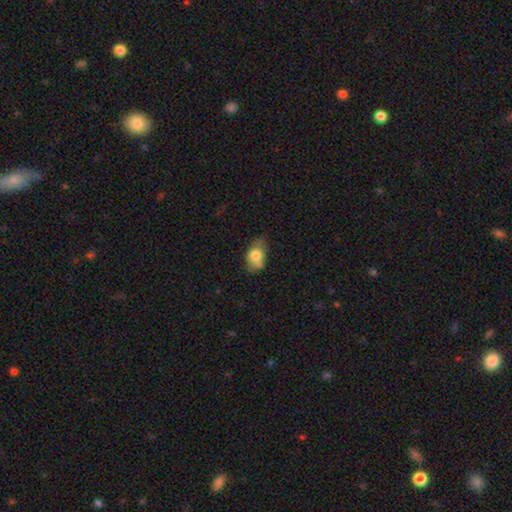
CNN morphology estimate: Smooth or featured: smooth — 71% (featured or disk — 21%)
How rounded: in between — 84% (round — 14%)
Merging: none — 45% (minor disturbance — 34%)